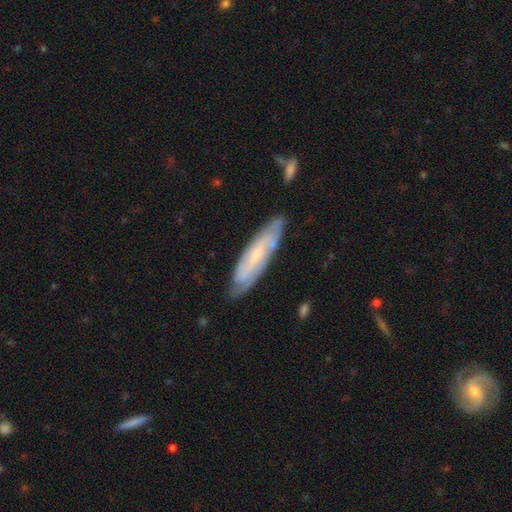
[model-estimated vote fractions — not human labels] Morphology: type=featured or disk (65%); edge-on=no (72%); merging=none (76%).